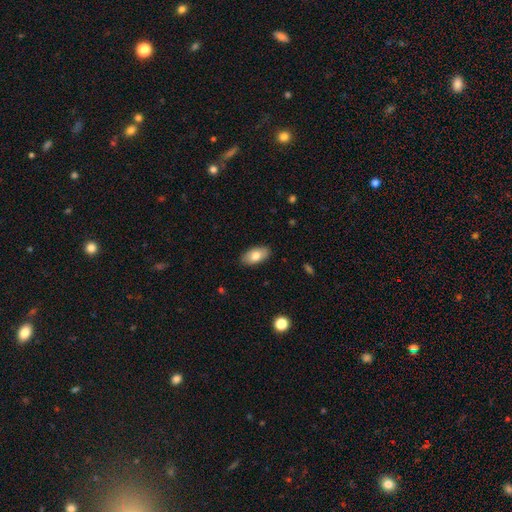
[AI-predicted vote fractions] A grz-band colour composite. It shows a smooth galaxy with no disk features (76%) that is in between round and cigar-shaped (93%). Merging: none (88%).